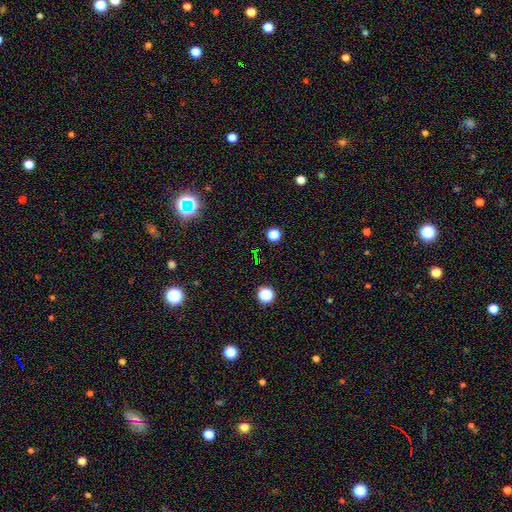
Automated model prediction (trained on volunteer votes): Q: Smooth or featured?
A: star or artifact (64%); runner-up: smooth (28%)